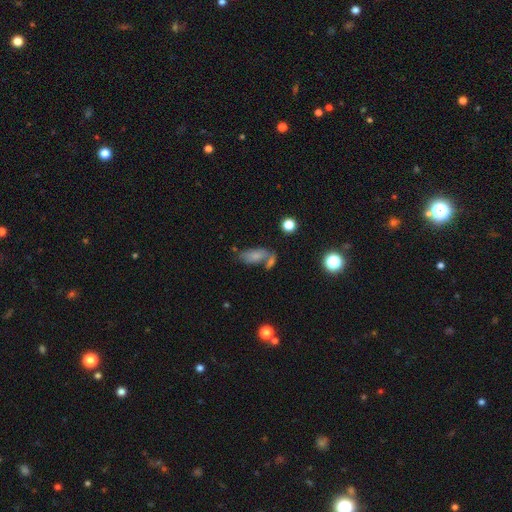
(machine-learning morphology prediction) type=smooth (71%); roundness=in between (85%); merging=none (45%).